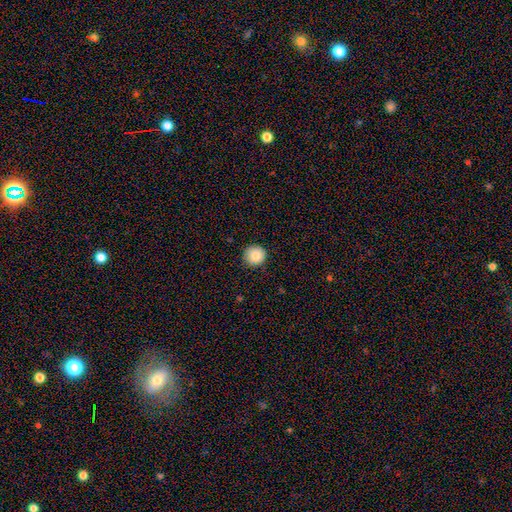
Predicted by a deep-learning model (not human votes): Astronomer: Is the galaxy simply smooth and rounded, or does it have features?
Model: smooth — 86%.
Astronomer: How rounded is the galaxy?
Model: round — 95%.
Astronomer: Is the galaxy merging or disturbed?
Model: none — 89%.